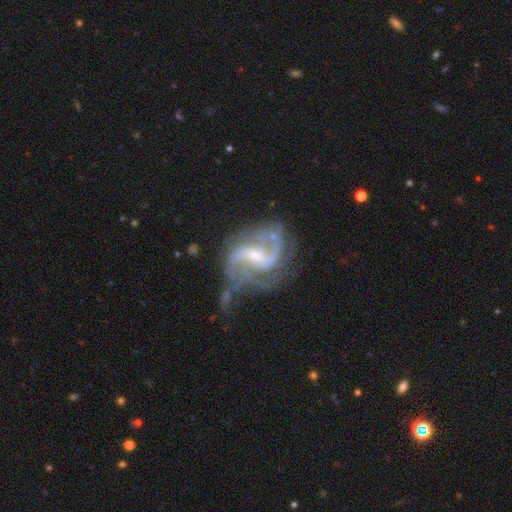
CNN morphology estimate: This is clearly a featured or disk galaxy (91%). It is clearly not viewed edge-on (98%). Bar: possibly weak (53%). Spiral arm pattern: clearly yes (98%). Spiral arm count: likely 2 (75%). Spiral winding: possibly medium (50%). Central bulge: possibly small (58%). Merging: possibly none (50%).